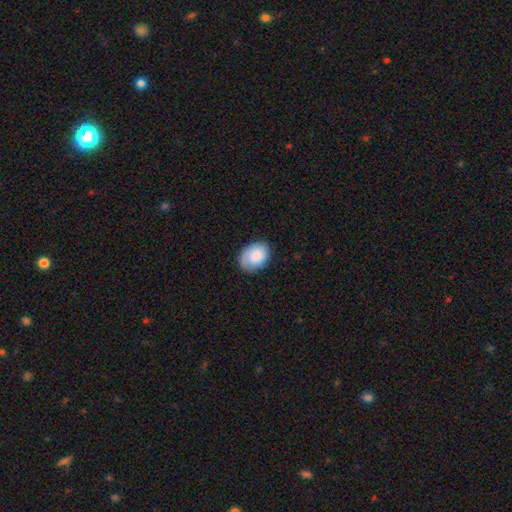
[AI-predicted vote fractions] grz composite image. It shows a smooth galaxy with no disk features (84%) that is in between round and cigar-shaped (71%). Merging: none (73%).